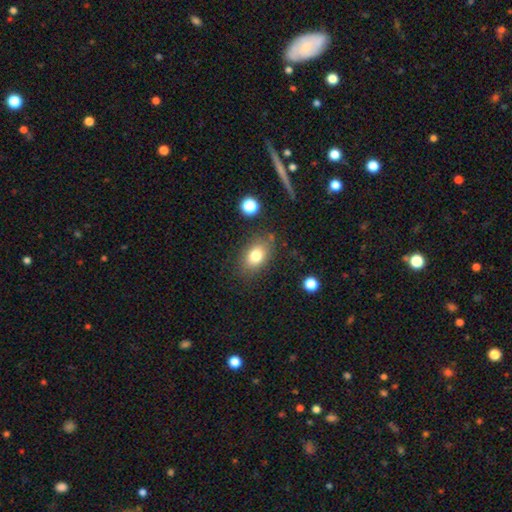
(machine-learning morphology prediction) Smooth or featured?
  - smooth: 78% *
  - featured or disk: 12%
  - star or artifact: 10%
How rounded?
  - in between: 78% *
  - round: 20%
  - cigar-shaped: 2%
Merging?
  - none: 78% *
  - minor disturbance: 14%
  - major disturbance: 4%
  - merger: 3%